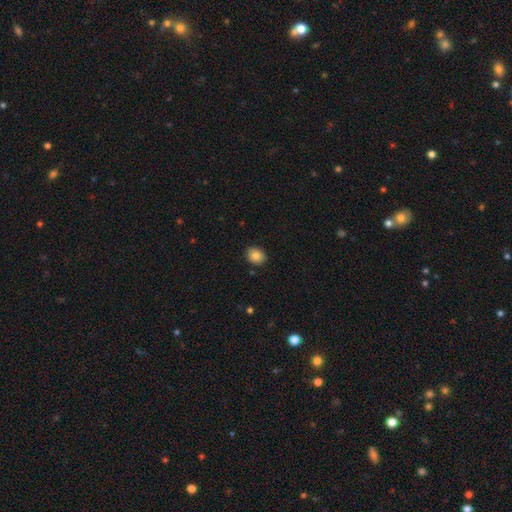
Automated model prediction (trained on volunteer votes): A smooth galaxy with no disk features (83%) that is round (52%). Merging: none (89%).